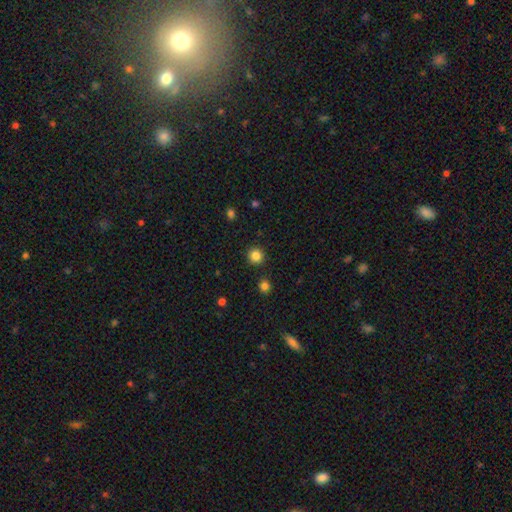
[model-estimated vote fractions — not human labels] Smooth or featured: smooth — 84% (star or artifact — 12%)
How rounded: round — 94% (in between — 5%)
Merging: none — 91% (minor disturbance — 5%)